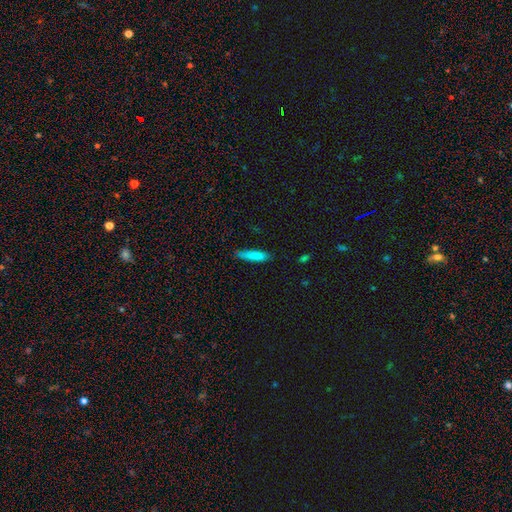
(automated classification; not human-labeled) Smooth or featured? Predicted: smooth (p=0.84). How rounded? Predicted: cigar-shaped (p=0.79). Merging? Predicted: none (p=0.81).